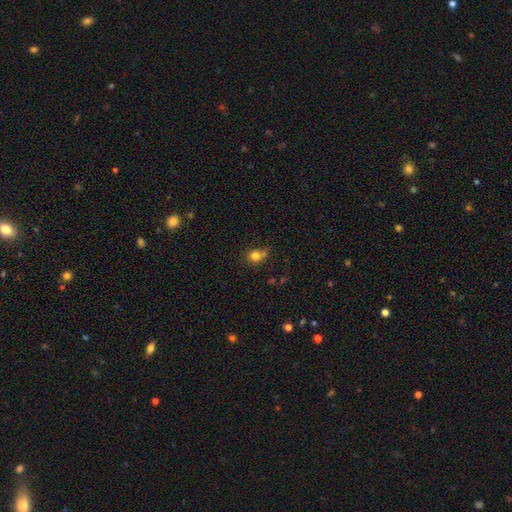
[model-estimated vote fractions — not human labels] Q: Smooth or featured?
A: smooth (79%); runner-up: star or artifact (13%)
Q: How rounded?
A: round (78%); runner-up: in between (21%)
Q: Merging?
A: none (58%); runner-up: merger (18%)